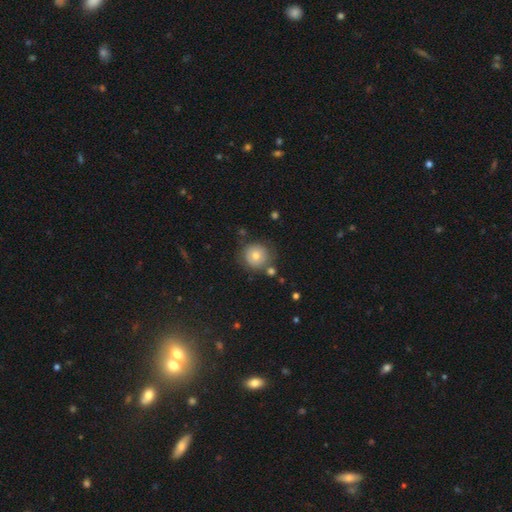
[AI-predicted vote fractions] Smooth or featured: smooth — 73% (featured or disk — 17%)
How rounded: round — 93% (in between — 6%)
Merging: none — 77% (minor disturbance — 13%)